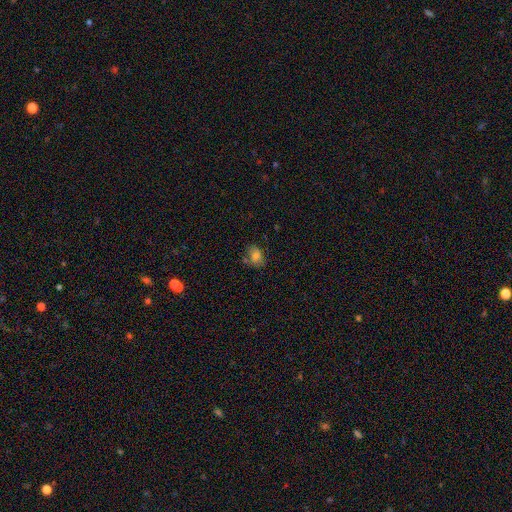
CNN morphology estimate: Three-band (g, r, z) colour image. It shows a smooth galaxy with no disk features (74%) that is in between round and cigar-shaped (70%). Merging: none (66%).